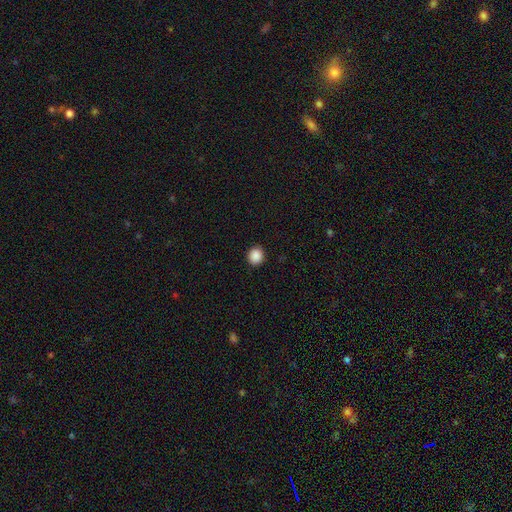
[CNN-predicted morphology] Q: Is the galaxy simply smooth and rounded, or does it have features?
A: smooth — 88%.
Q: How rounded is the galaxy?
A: round — 86%.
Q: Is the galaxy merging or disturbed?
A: none — 92%.